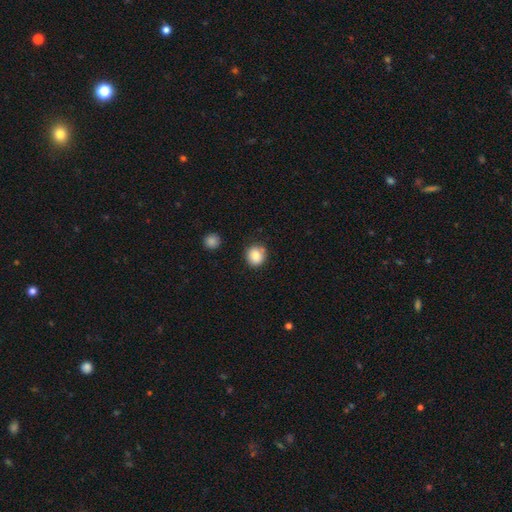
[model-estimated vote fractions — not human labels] smooth-or-featured: smooth: 85% | star or artifact: 9% | featured or disk: 6%
  how-rounded: round: 87% | in between: 12% | cigar-shaped: 1%
  merging: none: 78% | minor disturbance: 13% | merger: 6% | major disturbance: 3%